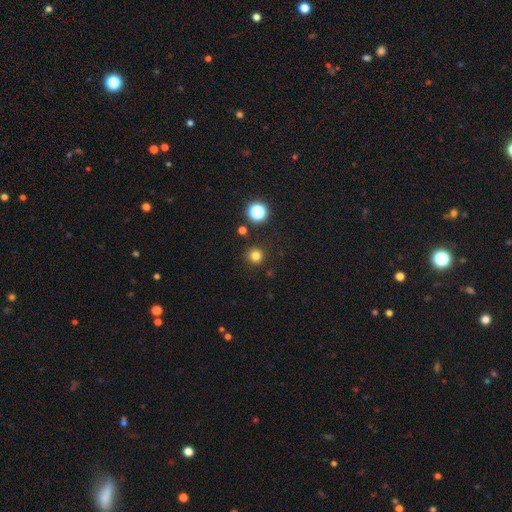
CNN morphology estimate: Q: Smooth or featured?
A: smooth (79%); runner-up: star or artifact (16%)
Q: How rounded?
A: round (95%); runner-up: in between (4%)
Q: Merging?
A: none (90%); runner-up: minor disturbance (6%)